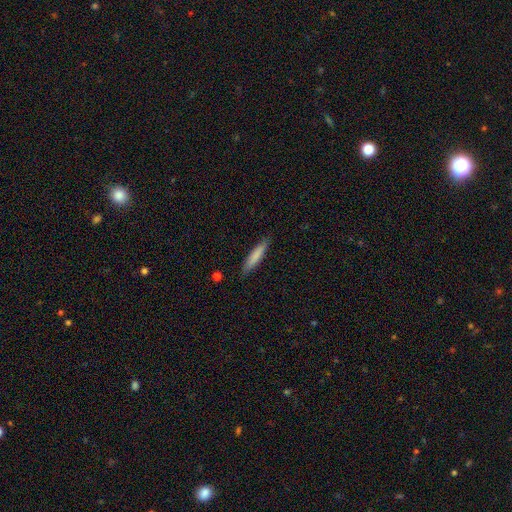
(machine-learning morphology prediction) smooth_or_featured: smooth (p=0.78) [alt: featured or disk p=0.16]
how_rounded: cigar-shaped (p=0.88) [alt: in between p=0.11]
merging: none (p=0.88) [alt: minor disturbance p=0.09]